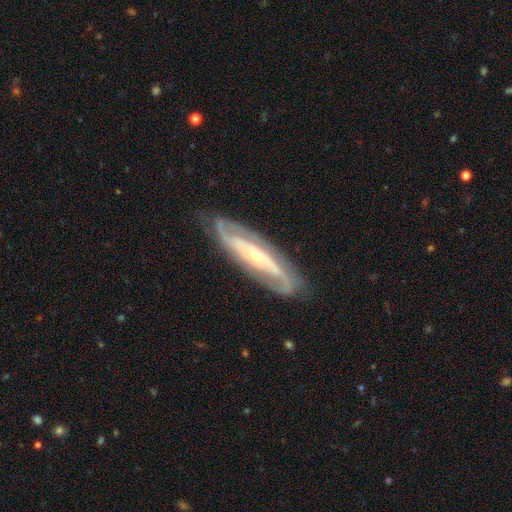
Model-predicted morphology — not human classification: The model was most divided on "spiral winding": tight: 48%, medium: 38%, loose: 14%. Remaining: spiral arms — yes (94%); smooth or featured — featured or disk (87%); edge-on disk — no (82%); merging — none (81%); spiral arm count — 2 (76%); bulge size — small (56%); bar — no (41%).